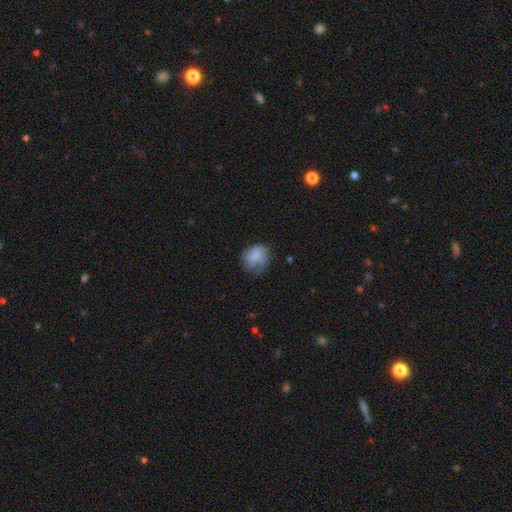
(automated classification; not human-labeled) smooth-or-featured: smooth: 65% | featured or disk: 26% | star or artifact: 8%
  how-rounded: round: 62% | in between: 37% | cigar-shaped: 1%
  merging: none: 49% | minor disturbance: 30% | major disturbance: 19% | merger: 2%